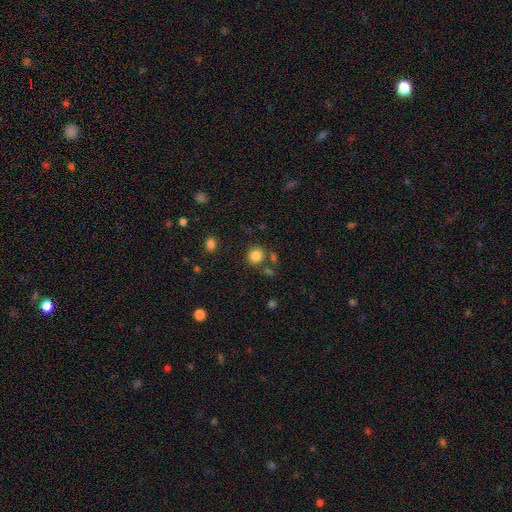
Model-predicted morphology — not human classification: Smooth or featured? Predicted: smooth (p=0.83). How rounded? Predicted: round (p=0.87). Merging? Predicted: none (p=0.77).